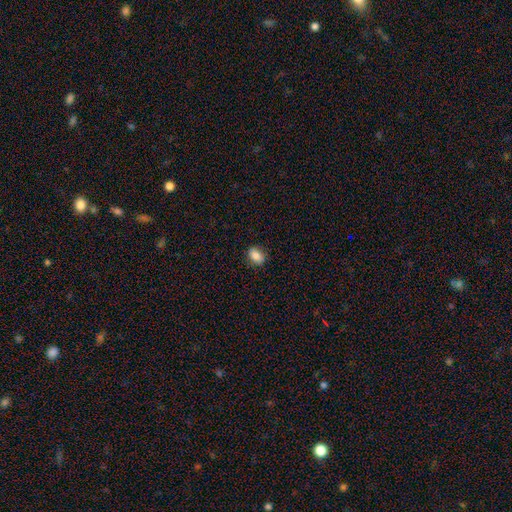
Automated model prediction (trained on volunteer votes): Overall: smooth (85%). How rounded: in between (77%). Merging: none (86%).